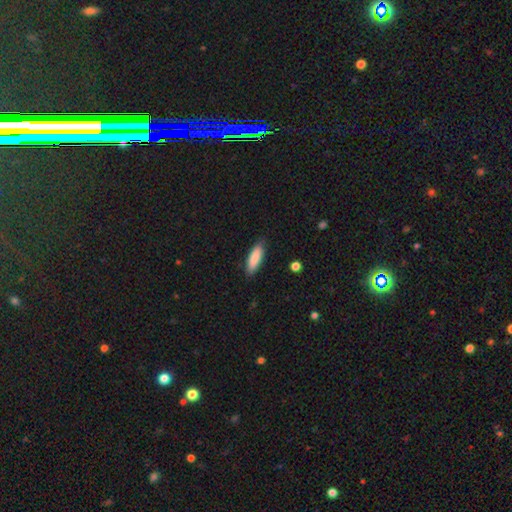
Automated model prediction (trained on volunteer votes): This appears to be a smooth galaxy with no disk features (87%) that is cigar-shaped (51%). Merging: none (86%).